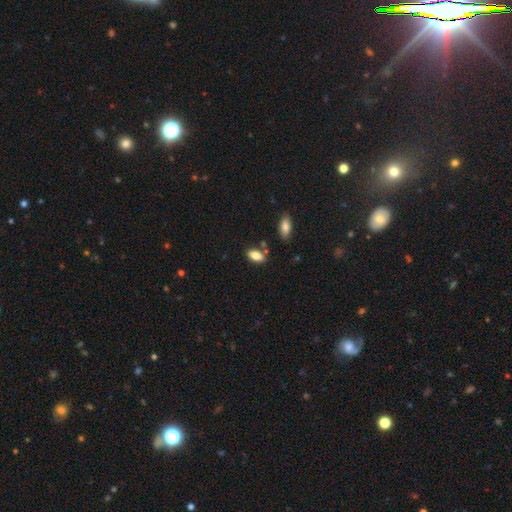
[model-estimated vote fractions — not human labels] This appears to be a smooth galaxy with no disk features (82%) that is in between round and cigar-shaped (88%). Merging: none (77%).